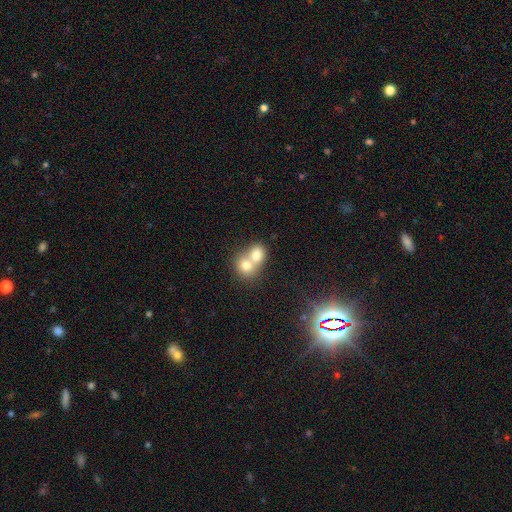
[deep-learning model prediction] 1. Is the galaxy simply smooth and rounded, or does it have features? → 73% smooth, 17% featured or disk, 9% star or artifact.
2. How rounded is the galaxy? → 62% round, 37% in between, 1% cigar-shaped.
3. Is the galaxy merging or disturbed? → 74% merger, 19% none, 4% minor disturbance, 2% major disturbance.